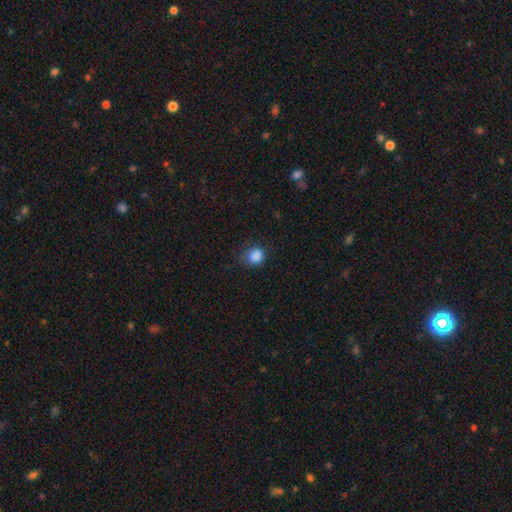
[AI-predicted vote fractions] Smooth or featured: smooth — 86% (star or artifact — 11%)
How rounded: round — 72% (in between — 27%)
Merging: none — 66% (minor disturbance — 24%)